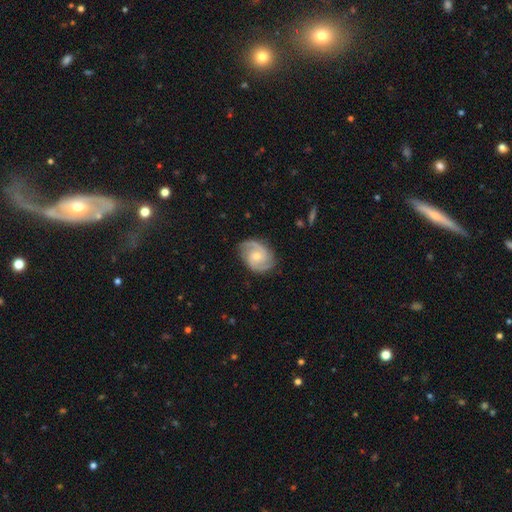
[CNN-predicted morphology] This appears to be a featured or disk galaxy (87%) with no bar (57%), 2 (90%) medium (48%) spiral arms (98%) and a moderate central bulge (48%). Merging: none (83%).